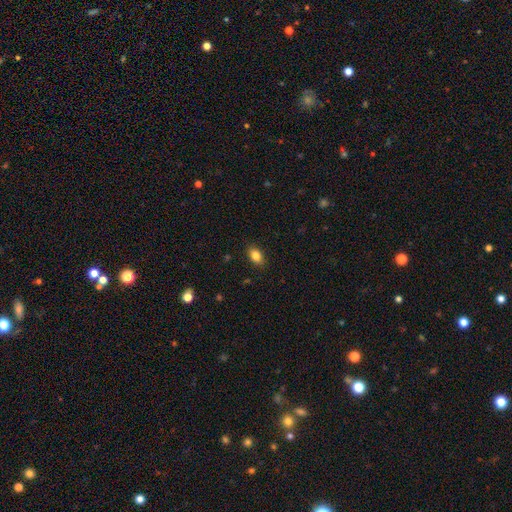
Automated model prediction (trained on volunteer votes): smooth_or_featured: smooth (p=0.85) [alt: star or artifact p=0.09]
how_rounded: in between (p=0.82) [alt: round p=0.16]
merging: none (p=0.88) [alt: minor disturbance p=0.09]